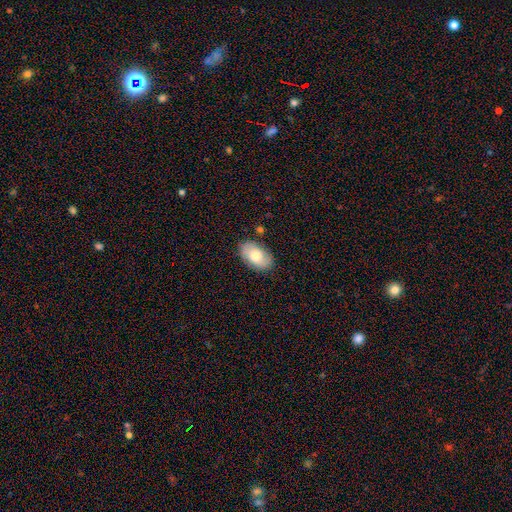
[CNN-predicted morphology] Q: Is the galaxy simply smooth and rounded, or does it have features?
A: smooth — 69%.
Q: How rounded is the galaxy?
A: in between — 92%.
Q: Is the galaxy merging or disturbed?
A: none — 82%.